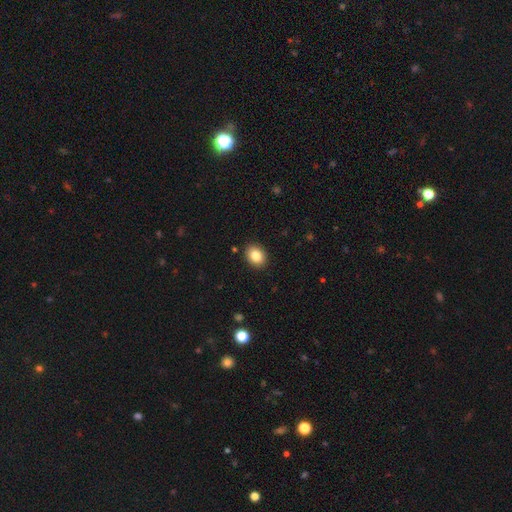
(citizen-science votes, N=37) Smooth or featured?
  - smooth: 81% *
  - featured or disk: 11%
  - star or artifact: 8%
How rounded?
  - in between: 67% *
  - round: 33%
  - cigar-shaped: 0%
Merging?
  - none: 97% *
  - minor disturbance: 3%
  - major disturbance: 0%
  - merger: 0%